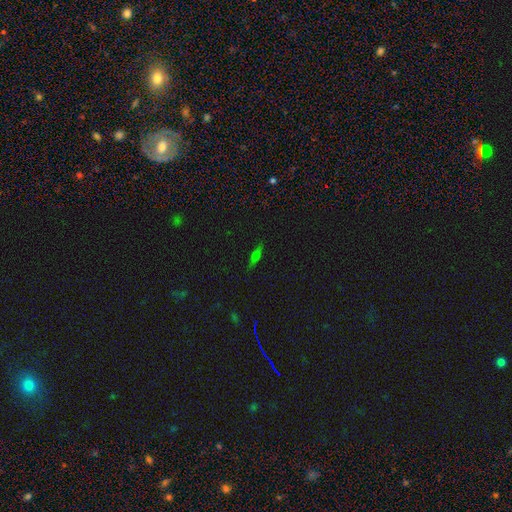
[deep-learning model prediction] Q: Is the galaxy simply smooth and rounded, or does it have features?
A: featured or disk — 53%.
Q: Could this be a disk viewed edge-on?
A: yes — 94%.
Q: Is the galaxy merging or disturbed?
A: none — 87%.